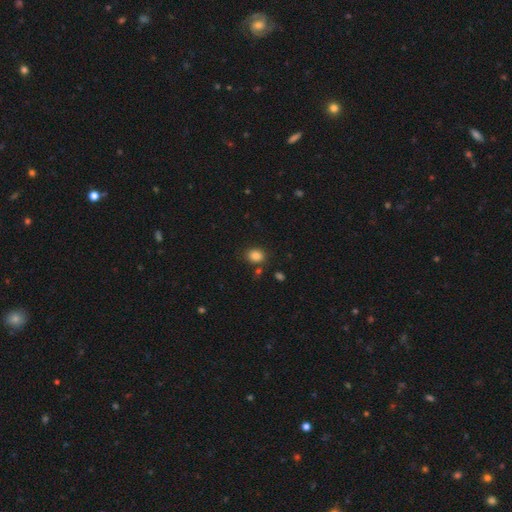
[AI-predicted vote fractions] Smooth or featured?
  - smooth: 85% *
  - star or artifact: 11%
  - featured or disk: 4%
How rounded?
  - in between: 52% *
  - round: 47%
  - cigar-shaped: 1%
Merging?
  - none: 80% *
  - minor disturbance: 11%
  - merger: 5%
  - major disturbance: 4%